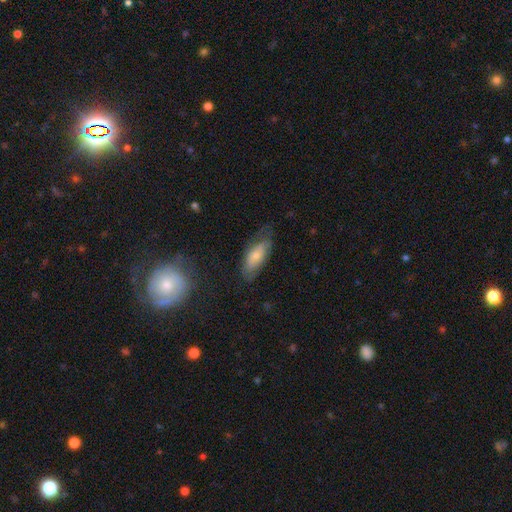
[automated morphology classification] Smooth or featured? Predicted: smooth (p=0.60). How rounded? Predicted: in between (p=0.80). Merging? Predicted: none (p=0.57).